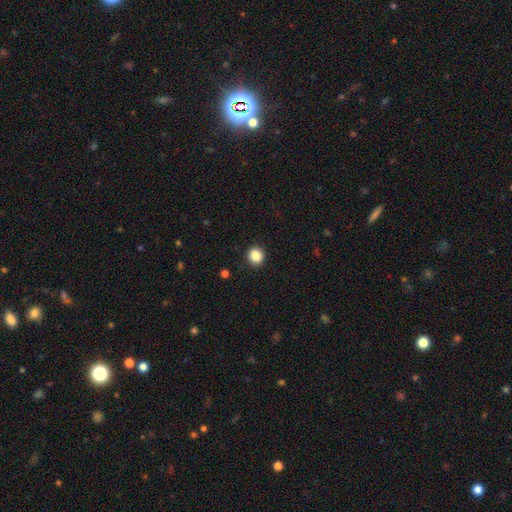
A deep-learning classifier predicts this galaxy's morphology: Smooth or featured? Predicted: smooth (p=0.86). How rounded? Predicted: round (p=0.91). Merging? Predicted: none (p=0.92).